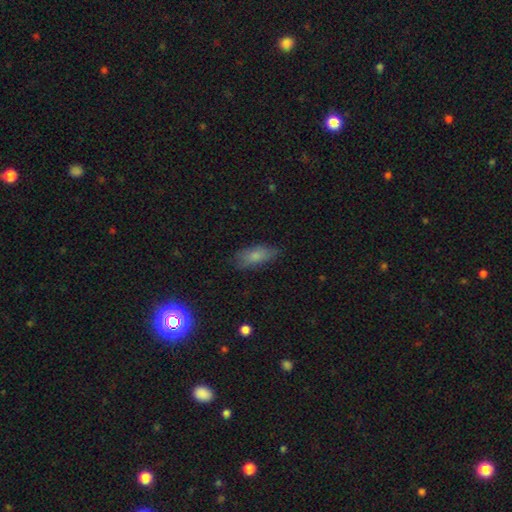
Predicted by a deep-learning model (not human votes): smooth_or_featured: smooth (p=0.77) [alt: featured or disk p=0.15]
how_rounded: in between (p=0.81) [alt: cigar-shaped p=0.17]
merging: none (p=0.73) [alt: minor disturbance p=0.21]